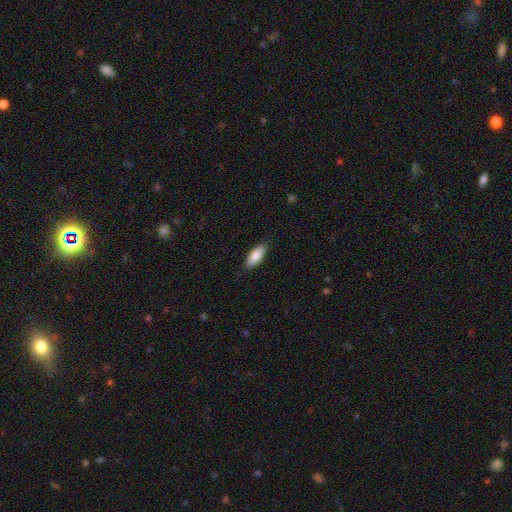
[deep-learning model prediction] Overall: smooth (85%). How rounded: in between (76%). Merging: none (86%).